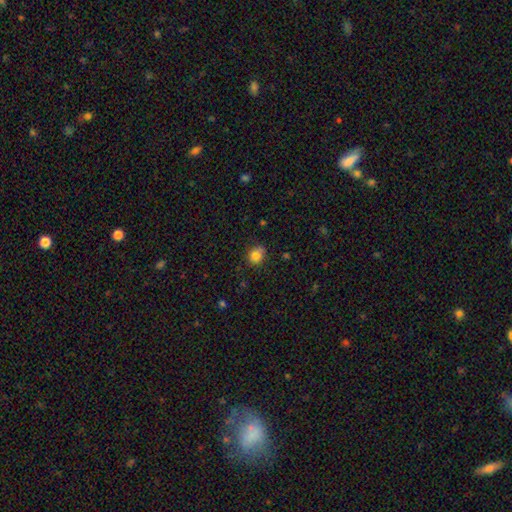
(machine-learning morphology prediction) Smooth or featured? smooth (83%)
How rounded? round (77%)
Merging? none (71%)